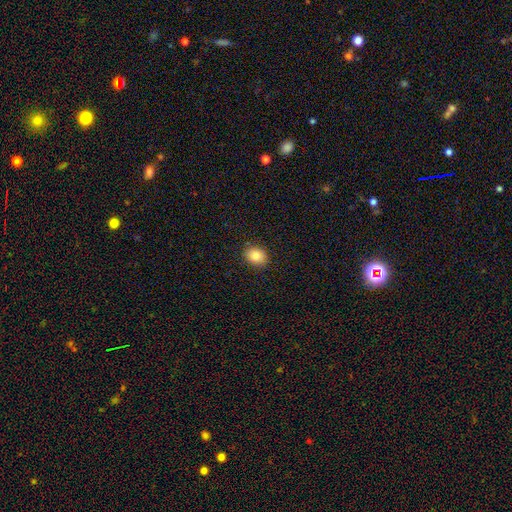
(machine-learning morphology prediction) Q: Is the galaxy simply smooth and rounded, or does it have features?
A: smooth — 83%.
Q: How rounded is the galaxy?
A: in between — 55%.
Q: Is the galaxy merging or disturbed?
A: none — 89%.